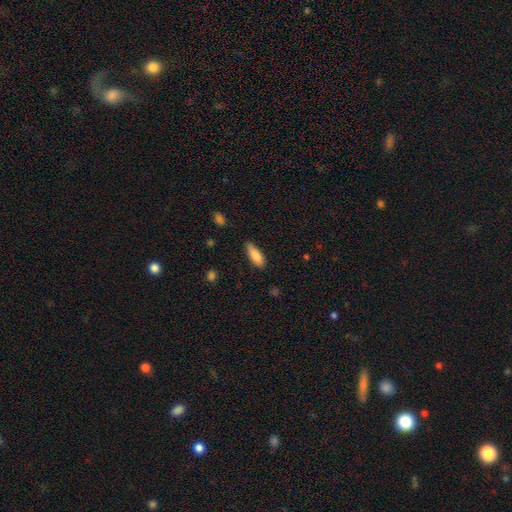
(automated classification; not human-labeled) smooth-or-featured: smooth: 82% | featured or disk: 12% | star or artifact: 6%
  how-rounded: in between: 61% | cigar-shaped: 37% | round: 2%
  merging: none: 74% | minor disturbance: 21% | major disturbance: 4% | merger: 1%